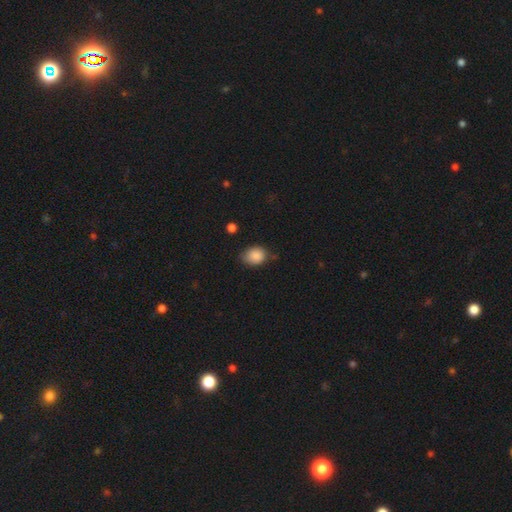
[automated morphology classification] Smooth or featured? smooth (87%)
How rounded? in between (52%)
Merging? none (64%)